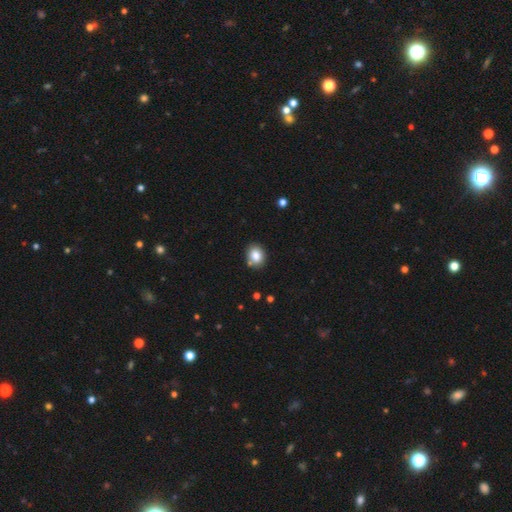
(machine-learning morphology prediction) Smooth or featured: smooth — 83% (star or artifact — 10%)
How rounded: round — 58% (in between — 41%)
Merging: none — 79% (minor disturbance — 11%)